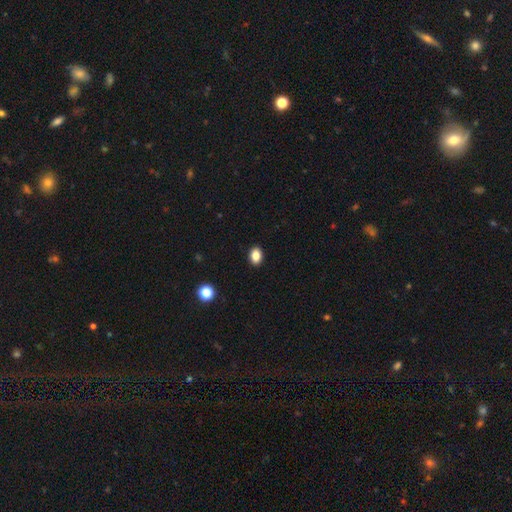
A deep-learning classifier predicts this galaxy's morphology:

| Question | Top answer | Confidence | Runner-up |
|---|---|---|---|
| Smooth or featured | smooth | 85% | star or artifact (10%) |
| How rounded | in between | 73% | round (25%) |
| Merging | none | 91% | minor disturbance (6%) |